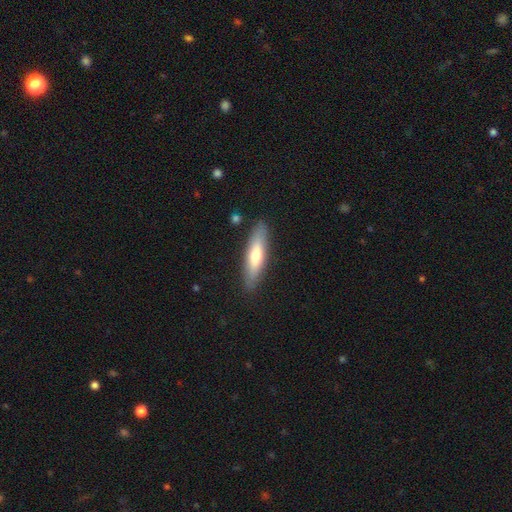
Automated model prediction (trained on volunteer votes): Morphology: type=smooth (62%); roundness=cigar-shaped (71%); merging=none (87%).